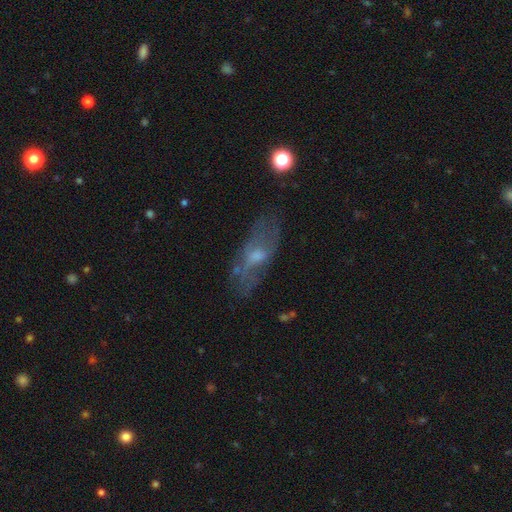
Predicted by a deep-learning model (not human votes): Q: Smooth or featured?
A: featured or disk (53%); runner-up: smooth (38%)
Q: Edge-on disk?
A: no (80%); runner-up: yes (20%)
Q: Merging?
A: none (60%); runner-up: minor disturbance (23%)